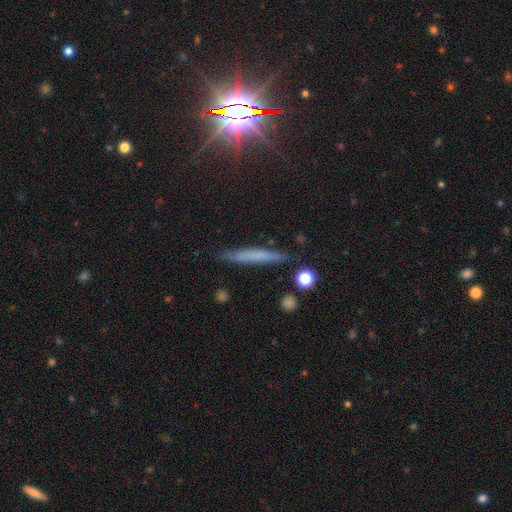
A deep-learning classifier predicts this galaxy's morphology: The model was most divided on "smooth or featured": smooth: 53%, featured or disk: 35%, star or artifact: 12%. More confident: how rounded — cigar-shaped (94%); merging — none (86%).